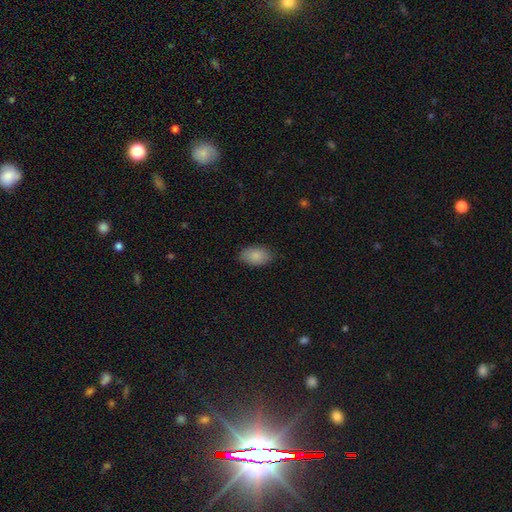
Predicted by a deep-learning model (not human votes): A smooth galaxy with no disk features (88%) that is in between round and cigar-shaped (93%). Merging: none (82%).